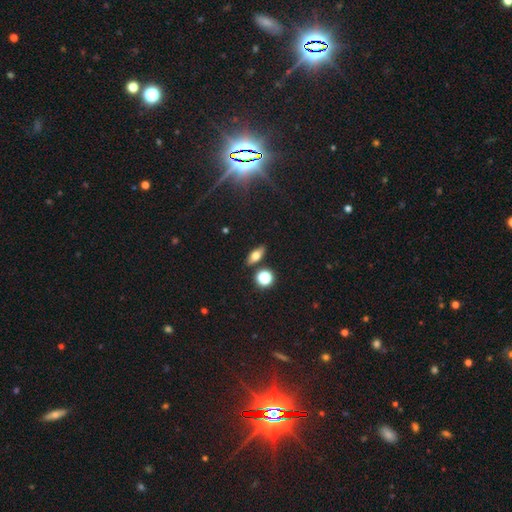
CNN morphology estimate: Overall: smooth (63%; featured or disk 24%). How rounded: in between (71%). Merging: none (84%).